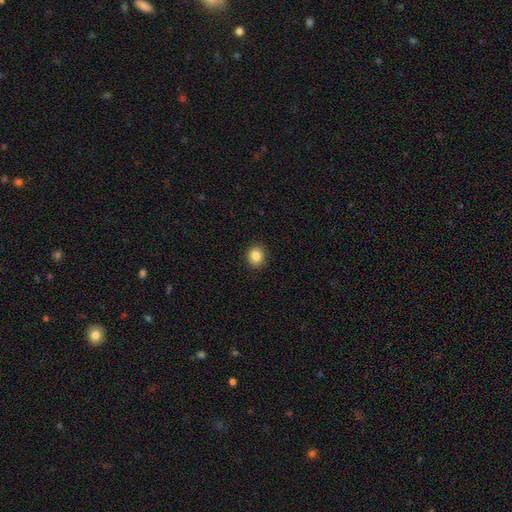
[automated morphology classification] This is clearly a smooth galaxy (85%). How rounded: likely round (80%). Merging: clearly none (91%).